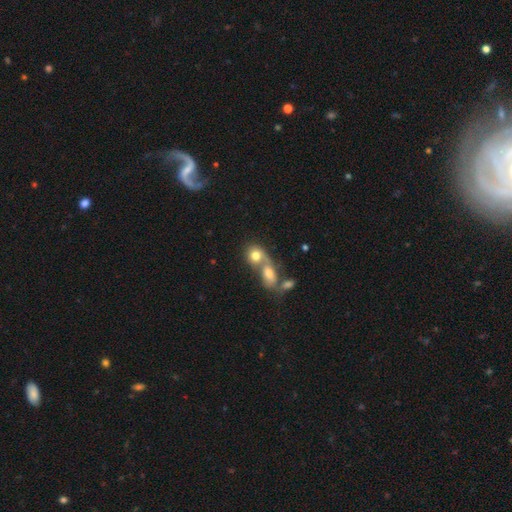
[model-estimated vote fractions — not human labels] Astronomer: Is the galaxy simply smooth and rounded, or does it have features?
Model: smooth — 74%.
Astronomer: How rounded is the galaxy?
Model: round — 58% (runner-up: in between, 40%).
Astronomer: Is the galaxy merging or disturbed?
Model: merger — 65%.